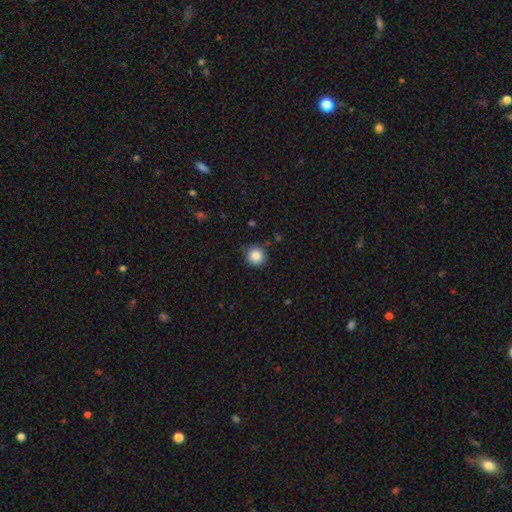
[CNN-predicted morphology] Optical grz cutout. It shows a smooth galaxy with no disk features (86%) that is round (92%). Merging: none (86%).